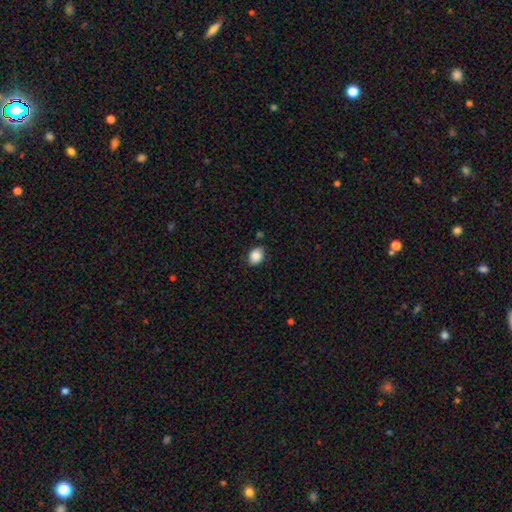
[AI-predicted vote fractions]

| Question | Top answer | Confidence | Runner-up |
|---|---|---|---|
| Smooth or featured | smooth | 87% | star or artifact (8%) |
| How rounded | in between | 65% | round (34%) |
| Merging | none | 82% | minor disturbance (13%) |